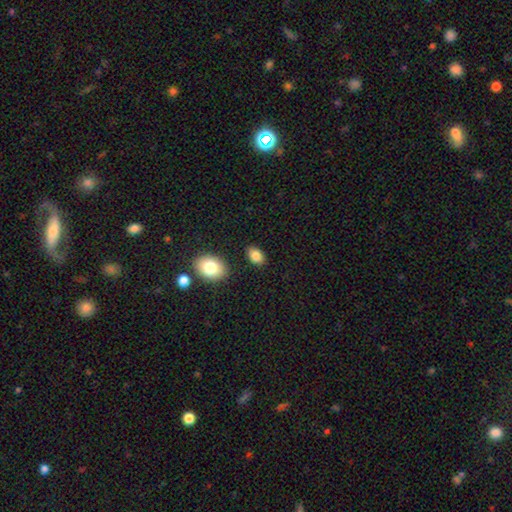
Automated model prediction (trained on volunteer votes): Smooth or featured? Predicted: smooth (p=0.84). How rounded? Predicted: in between (p=0.86). Merging? Predicted: none (p=0.84).